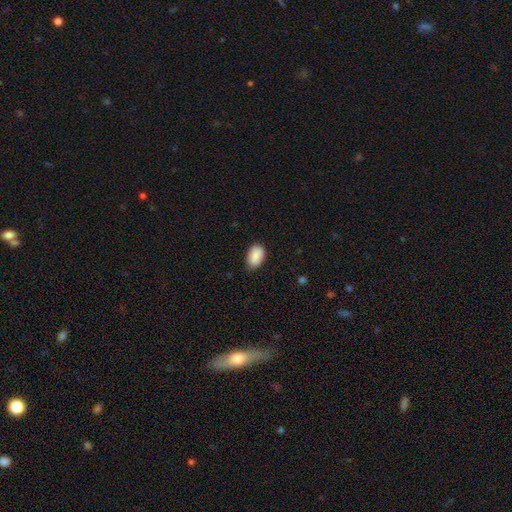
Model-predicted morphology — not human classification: Smooth or featured? smooth (89%)
How rounded? in between (88%)
Merging? none (80%)